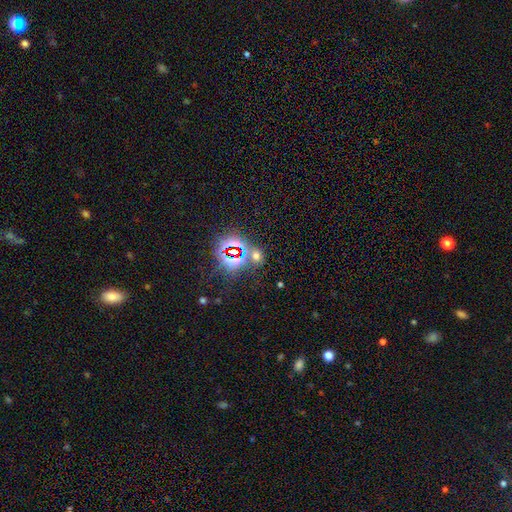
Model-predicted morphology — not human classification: Smooth or featured? star or artifact (56%)